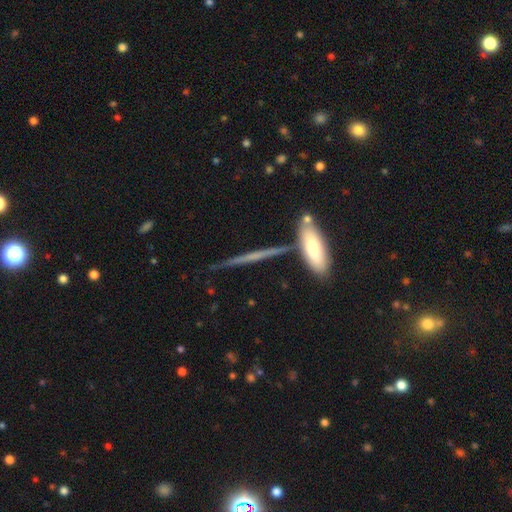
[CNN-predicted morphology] This is possibly a featured or disk galaxy (55%). It is clearly viewed edge-on (93%). Edge-on bulge: possibly none (59%). Merging: likely none (75%).